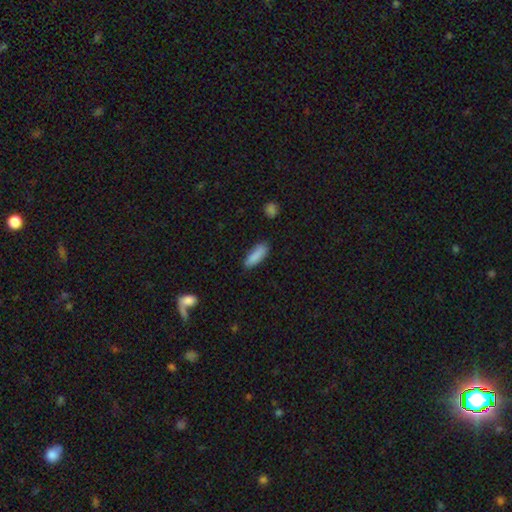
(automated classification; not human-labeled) smooth 87%, star or artifact 7%, featured or disk 6%. Down the decision tree: how rounded — in between (56%); merging — none (77%).